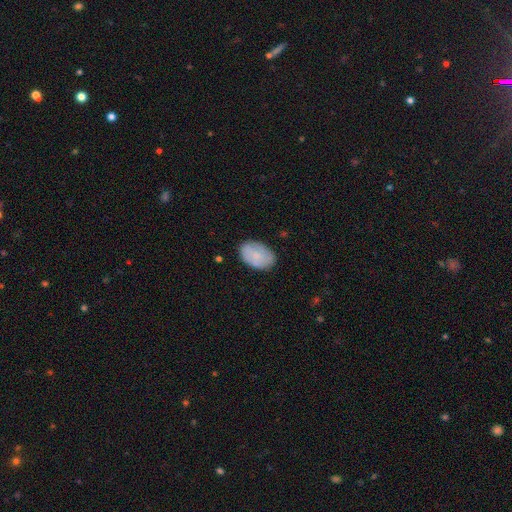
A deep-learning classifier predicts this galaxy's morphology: Overall: smooth (75%). How rounded: in between (88%). Merging: none (82%).